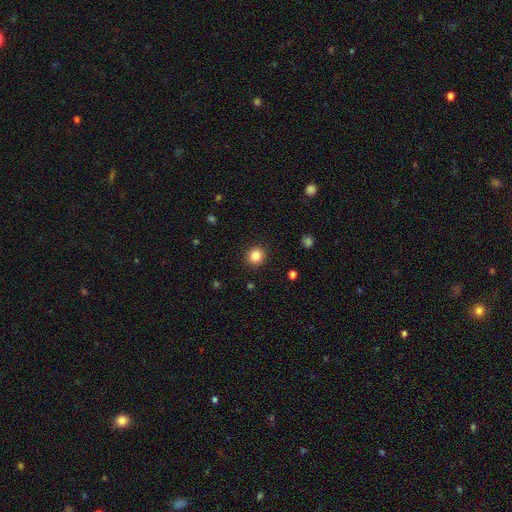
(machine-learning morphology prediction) Smooth or featured: smooth — 84% (star or artifact — 11%)
How rounded: round — 90% (in between — 9%)
Merging: none — 92% (minor disturbance — 5%)